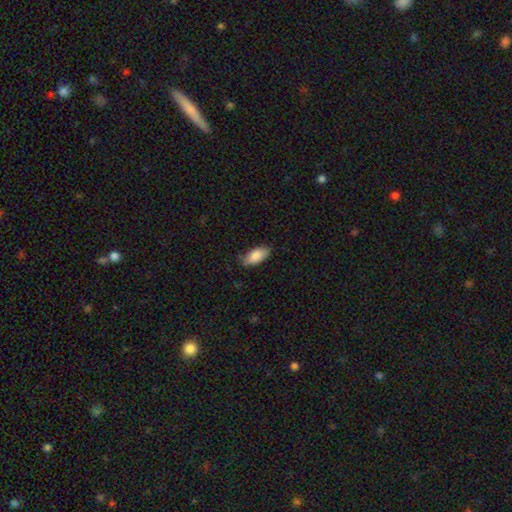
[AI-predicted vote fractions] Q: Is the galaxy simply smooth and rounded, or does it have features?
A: smooth — 86%.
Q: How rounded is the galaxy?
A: in between — 89%.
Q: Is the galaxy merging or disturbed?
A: none — 77%.